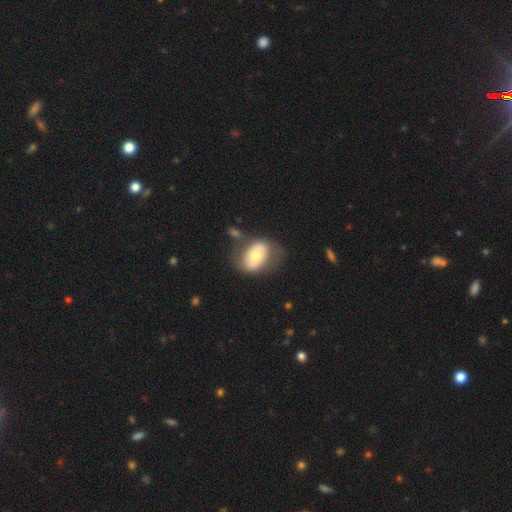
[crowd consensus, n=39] Smooth or featured? smooth (54%)
How rounded? in between (81%)
Merging? none (45%)